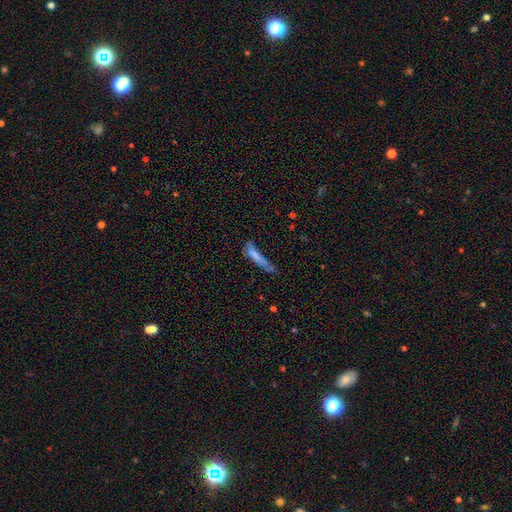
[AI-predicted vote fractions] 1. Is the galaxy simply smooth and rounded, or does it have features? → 68% smooth, 22% featured or disk, 9% star or artifact.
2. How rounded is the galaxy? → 88% cigar-shaped, 11% in between, 2% round.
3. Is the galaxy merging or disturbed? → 40% none, 30% minor disturbance, 20% major disturbance, 10% merger.